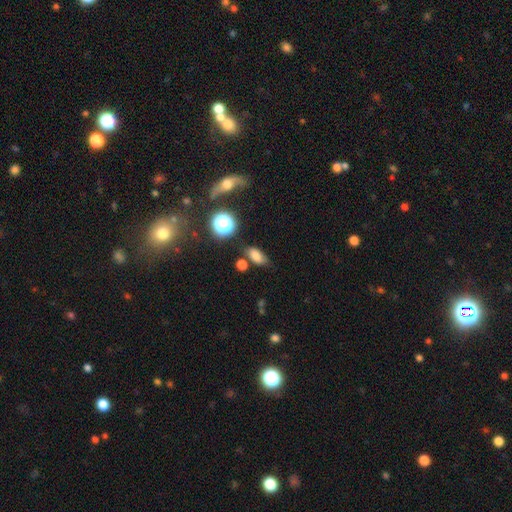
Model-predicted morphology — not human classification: Smooth or featured: smooth — 75% (star or artifact — 16%)
How rounded: in between — 84% (round — 11%)
Merging: none — 69% (minor disturbance — 18%)